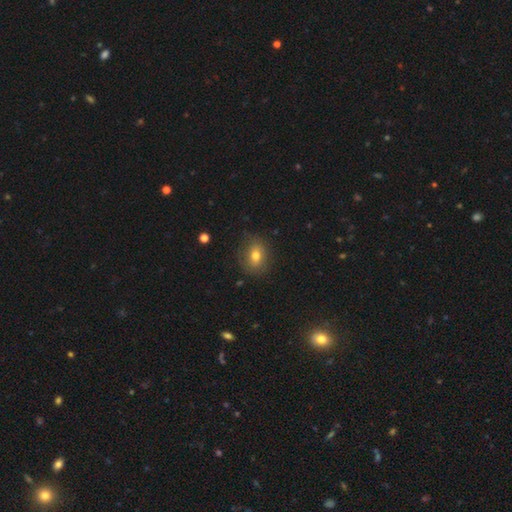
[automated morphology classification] Smooth or featured? smooth (71%)
How rounded? in between (52%)
Merging? none (75%)